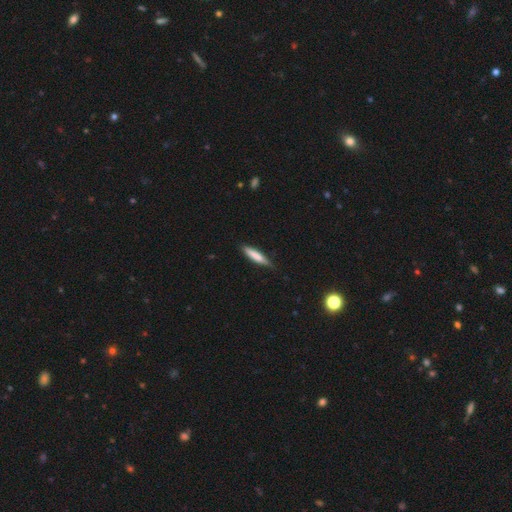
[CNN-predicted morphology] This appears to be a smooth galaxy with no disk features (74%) that is cigar-shaped (86%). Merging: none (78%).